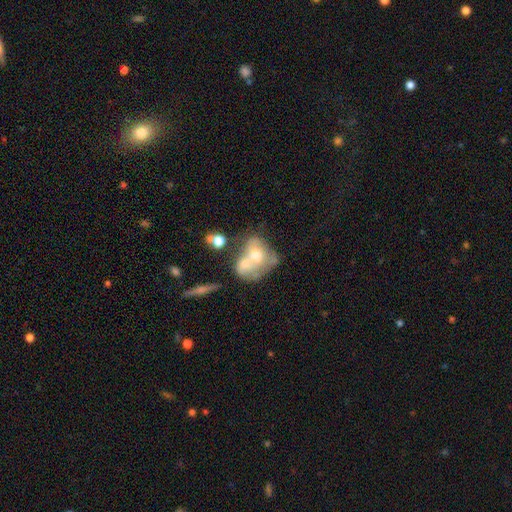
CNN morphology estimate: A smooth galaxy with no disk features (49%).

Vote fractions:
- Smooth or featured? smooth: 49% / featured or disk: 42% / star or artifact: 9%
- Merging? merger: 69% / none: 14% / major disturbance: 9% / minor disturbance: 8%